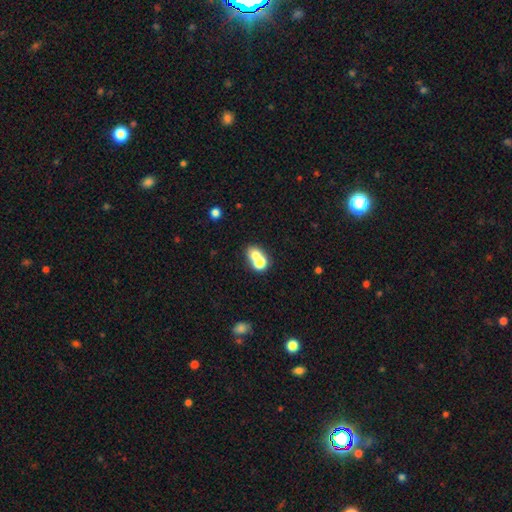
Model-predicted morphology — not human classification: A smooth galaxy with no disk features (71%) that is round (56%).

Vote fractions:
- Smooth or featured? smooth: 71% / featured or disk: 17% / star or artifact: 12%
- How rounded? round: 56% / in between: 43% / cigar-shaped: 1%
- Merging? merger: 60% / none: 30% / minor disturbance: 6% / major disturbance: 4%